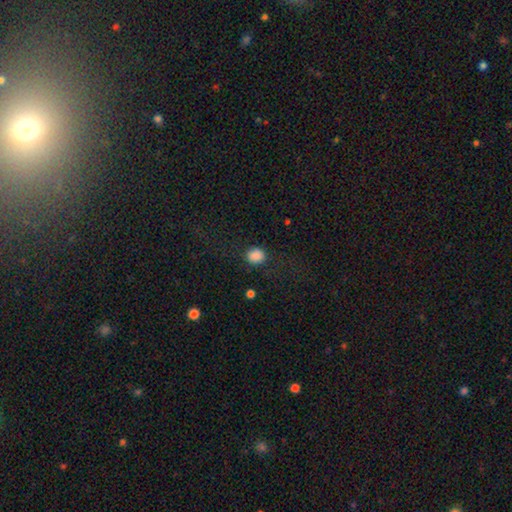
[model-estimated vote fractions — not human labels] Overall: smooth (86%). How rounded: round (68%; in between 31%). Merging: none (81%).